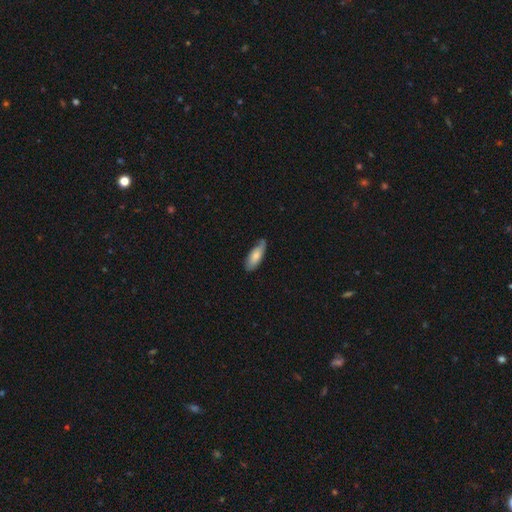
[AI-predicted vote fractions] Q: Smooth or featured?
A: smooth (76%); runner-up: featured or disk (18%)
Q: How rounded?
A: in between (66%); runner-up: cigar-shaped (32%)
Q: Merging?
A: none (70%); runner-up: minor disturbance (25%)